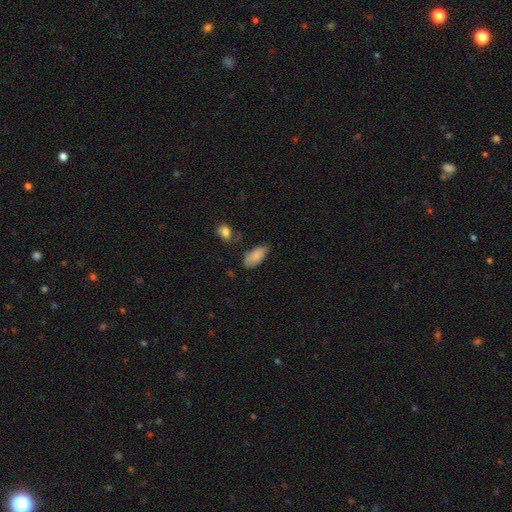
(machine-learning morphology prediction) Smooth or featured? smooth (83%)
How rounded? in between (91%)
Merging? none (60%)